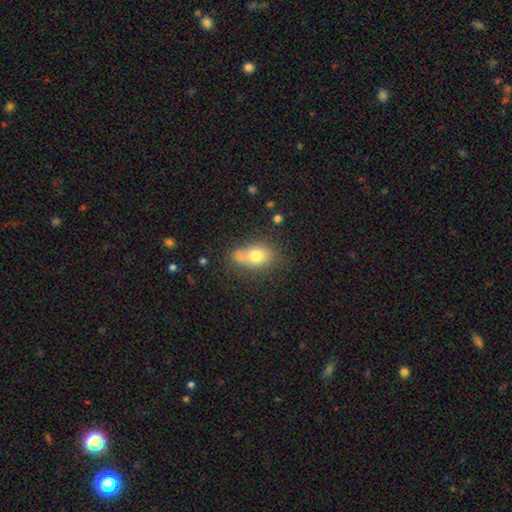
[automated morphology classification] Smooth or featured: smooth — 73% (featured or disk — 16%)
How rounded: in between — 73% (round — 25%)
Merging: none — 47% (minor disturbance — 24%)